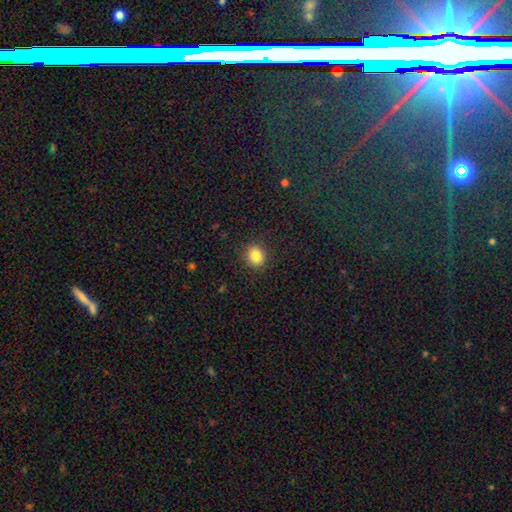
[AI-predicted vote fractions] Smooth or featured? Predicted: smooth (p=0.85). How rounded? Predicted: round (p=0.74). Merging? Predicted: none (p=0.90).